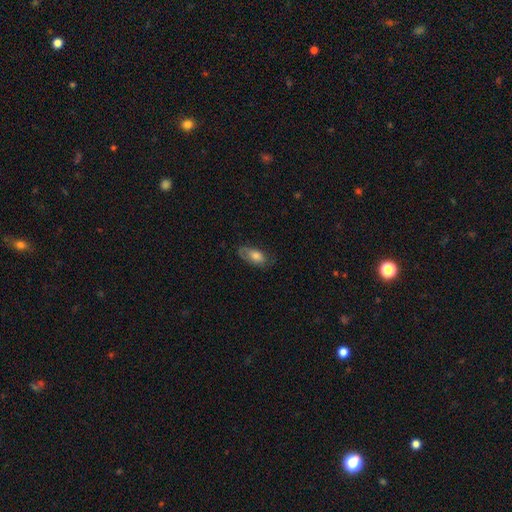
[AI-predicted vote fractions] Smooth or featured?
  - smooth: 62% *
  - featured or disk: 31%
  - star or artifact: 7%
How rounded?
  - in between: 89% *
  - cigar-shaped: 6%
  - round: 5%
Merging?
  - none: 60% *
  - minor disturbance: 26%
  - major disturbance: 13%
  - merger: 1%